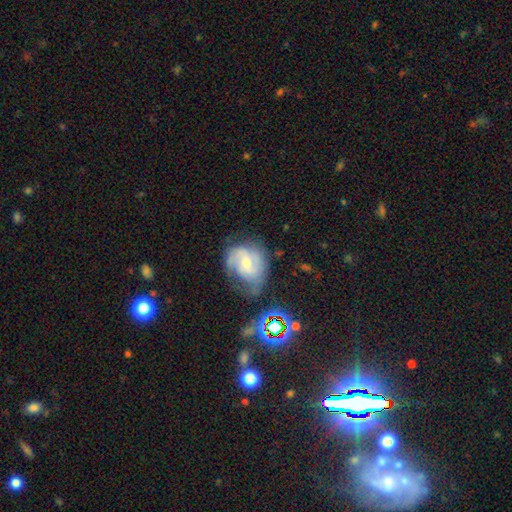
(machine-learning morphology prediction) A featured or disk galaxy (67%) with no bar (53%), 2 (48%) medium (43%) spiral arms (85%) and a small central bulge (51%).

Vote fractions:
- Smooth or featured? featured or disk: 67% / smooth: 22% / star or artifact: 11%
- Edge-on disk? no: 97% / yes: 3%
- Bar? no: 53% / weak: 39% / strong: 8%
- Spiral arms? yes: 85% / no: 15%
- Spiral winding? medium: 43% / tight: 39% / loose: 18%
- Spiral arm count? 2: 48% / can't tell: 28% / 3: 11% / 1: 8% / 4: 2% / more than 4: 2%
- Bulge size? small: 51% / moderate: 41% / none: 4% / large: 3% / dominant: 1%
- Merging? none: 46% / minor disturbance: 29% / major disturbance: 20% / merger: 5%